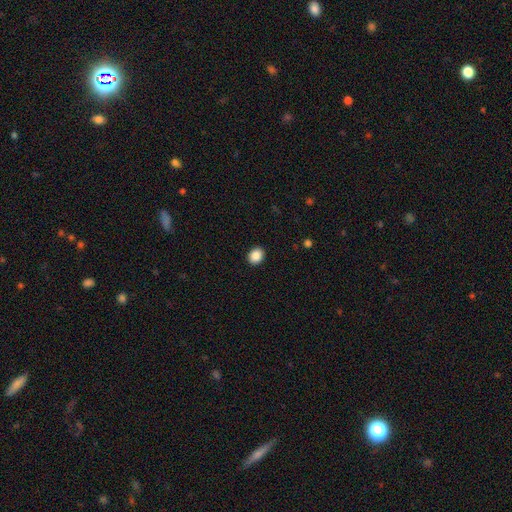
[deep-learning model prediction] This is clearly a smooth galaxy (87%). How rounded: possibly round (57%). Merging: clearly none (91%).